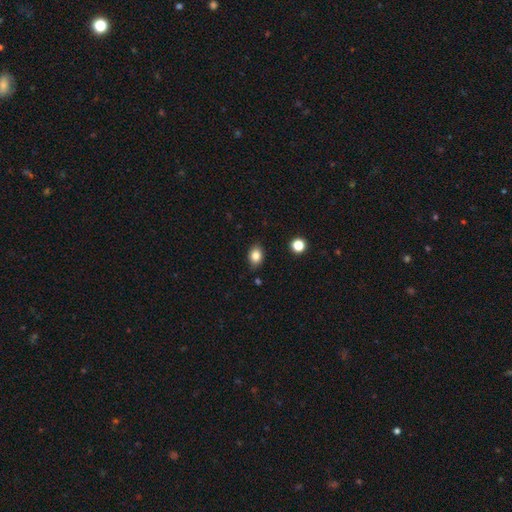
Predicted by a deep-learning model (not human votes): smooth_or_featured: smooth (p=0.83) [alt: star or artifact p=0.10]
how_rounded: in between (p=0.73) [alt: round p=0.26]
merging: none (p=0.84) [alt: minor disturbance p=0.12]